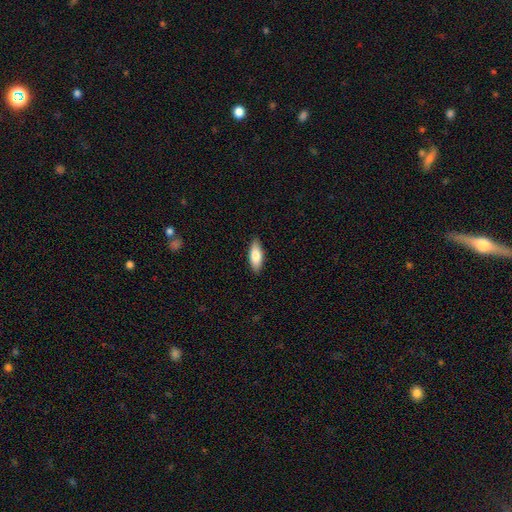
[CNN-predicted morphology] smooth_or_featured: smooth (p=0.79) [alt: featured or disk p=0.15]
how_rounded: in between (p=0.73) [alt: cigar-shaped p=0.25]
merging: none (p=0.89) [alt: minor disturbance p=0.08]